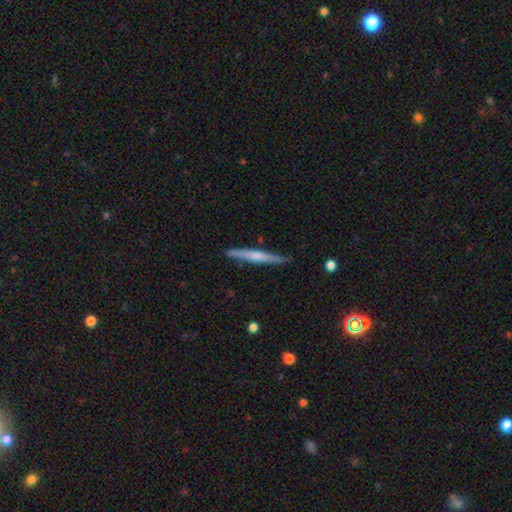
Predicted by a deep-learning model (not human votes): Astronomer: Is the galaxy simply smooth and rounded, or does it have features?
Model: featured or disk — 50% (runner-up: smooth, 45%).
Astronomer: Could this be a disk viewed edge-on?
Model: yes — 97%.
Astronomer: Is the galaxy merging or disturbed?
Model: none — 88%.